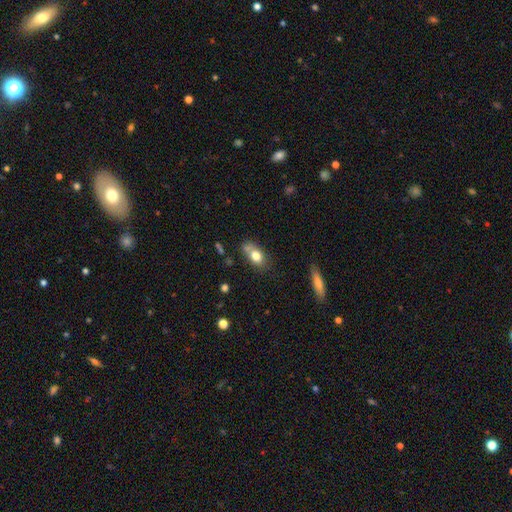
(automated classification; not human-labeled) This is likely a smooth galaxy (75%). How rounded: likely in between (75%). Merging: possibly none (50%).